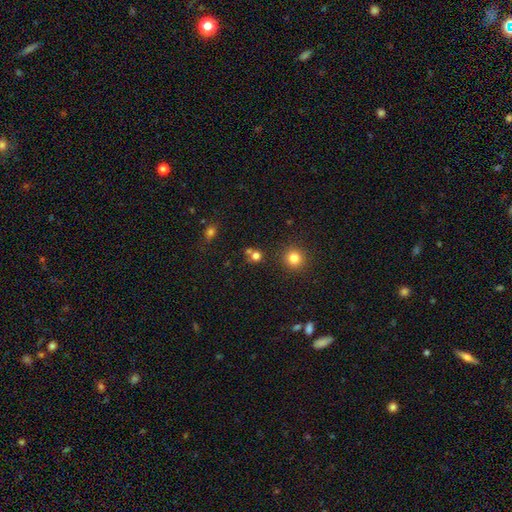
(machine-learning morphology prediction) Q: Smooth or featured?
A: smooth (73%); runner-up: star or artifact (19%)
Q: How rounded?
A: round (86%); runner-up: in between (13%)
Q: Merging?
A: none (66%); runner-up: merger (21%)